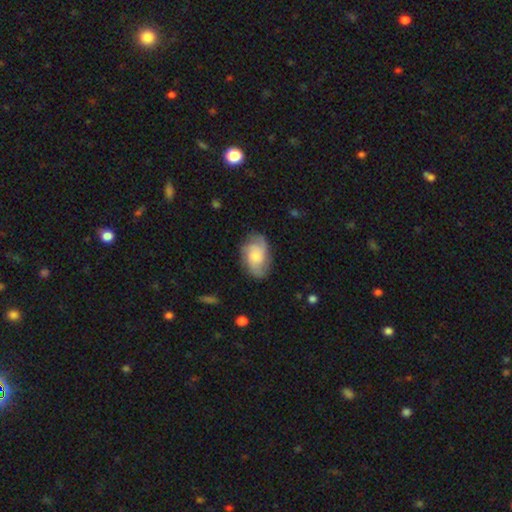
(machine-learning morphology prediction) type=featured or disk (60%); edge-on=no (97%); bar=no (73%); spiral arms=yes (91%); winding=medium (45%); arm count=3 (31%); bulge=moderate (44%); merging=none (72%).